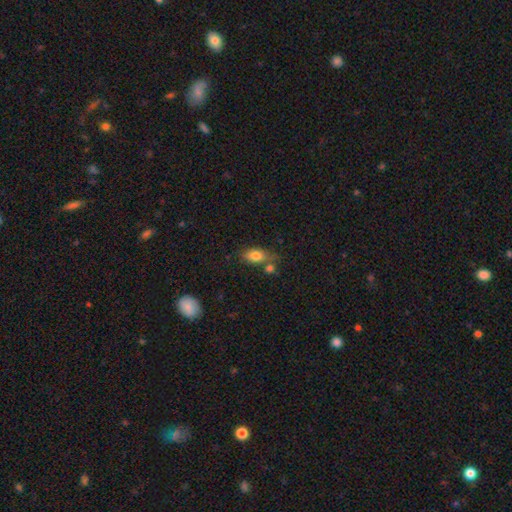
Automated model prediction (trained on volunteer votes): A smooth galaxy with no disk features (79%) that is in between round and cigar-shaped (84%). Merging: none (57%).